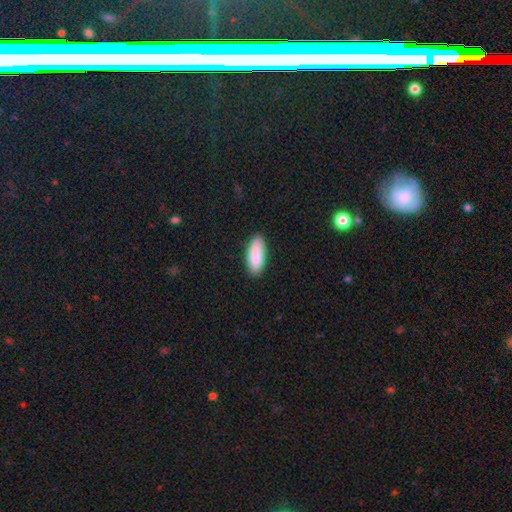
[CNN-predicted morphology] Smooth or featured: smooth — 88% (featured or disk — 6%)
How rounded: in between — 77% (cigar-shaped — 21%)
Merging: none — 84% (minor disturbance — 13%)